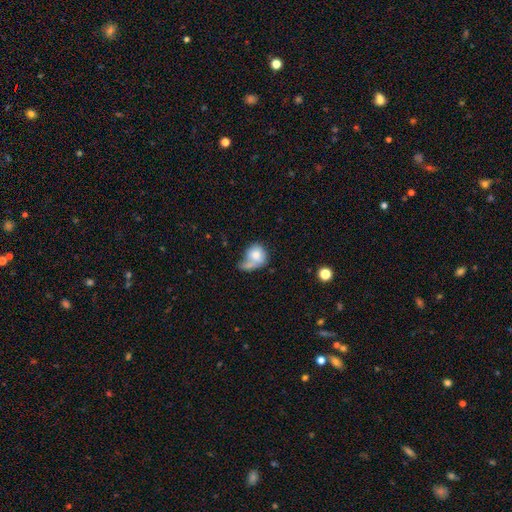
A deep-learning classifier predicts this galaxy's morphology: type=smooth (70%); roundness=round (58%); merging=merger (32%).